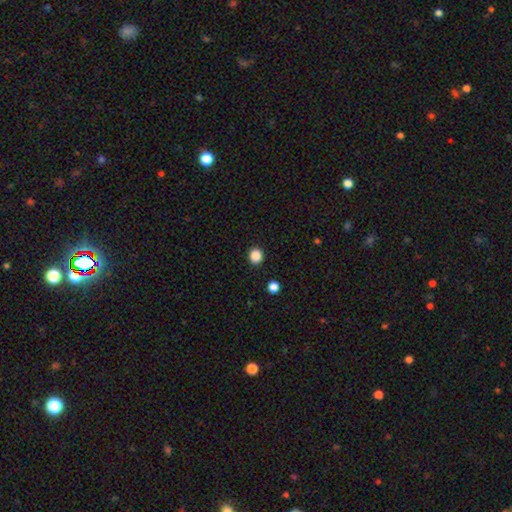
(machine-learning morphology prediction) Smooth or featured: smooth — 87% (star or artifact — 11%)
How rounded: round — 86% (in between — 13%)
Merging: none — 92% (minor disturbance — 5%)